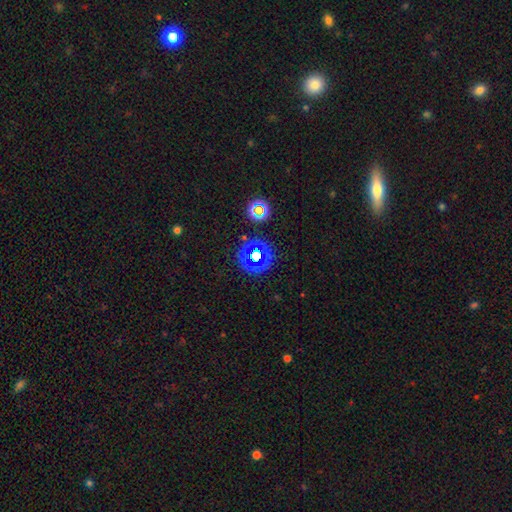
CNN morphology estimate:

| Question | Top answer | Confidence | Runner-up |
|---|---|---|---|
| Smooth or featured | star or artifact | 63% | smooth (27%) |